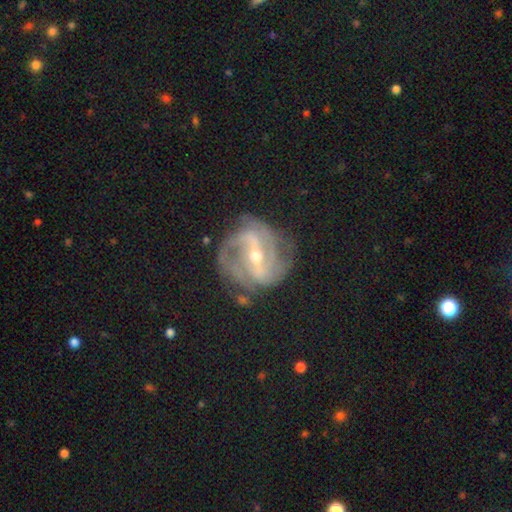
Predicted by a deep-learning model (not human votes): Overall: featured or disk (83%). Edge-on disk: no (96%). Bar: strong (53%; weak 32%). Spiral arms: yes (93%). Spiral arm count: 2 (44%; can't tell 20%). Spiral winding: tight (42%, tied with medium). Bulge size: small (54%; moderate 43%). Merging: none (71%).